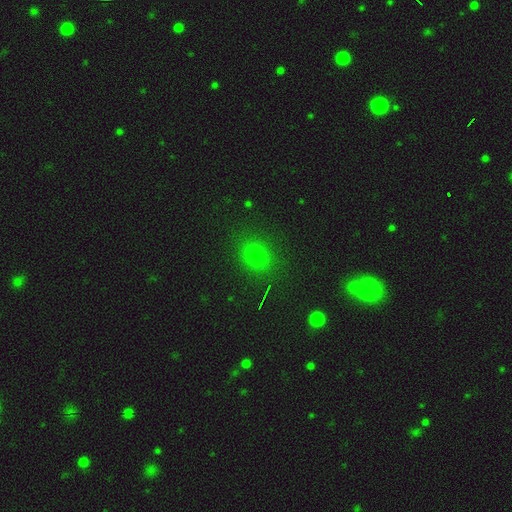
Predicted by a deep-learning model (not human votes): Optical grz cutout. It shows a smooth galaxy with no disk features (72%) that is round (63%). Merging: none (86%).